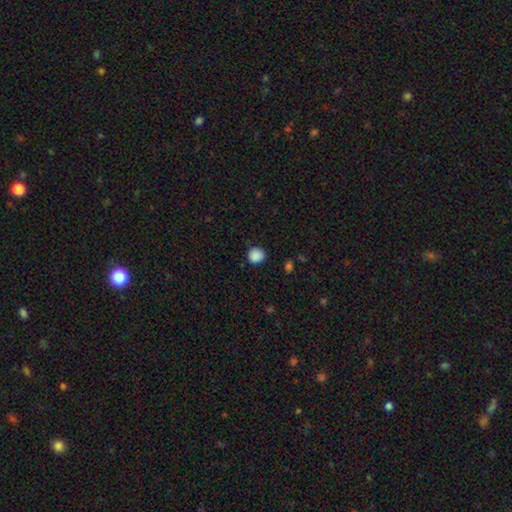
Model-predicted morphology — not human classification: Smooth or featured? smooth (88%)
How rounded? round (87%)
Merging? none (87%)